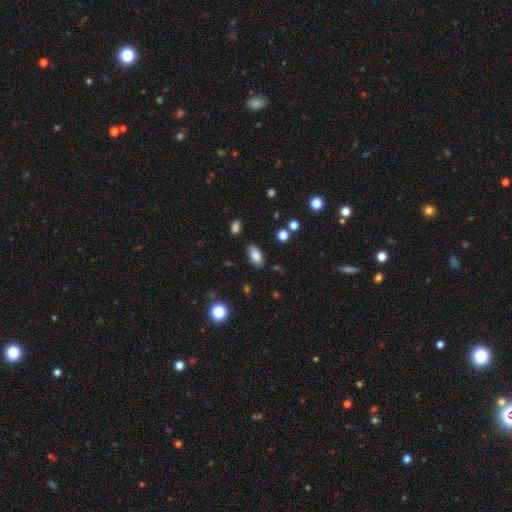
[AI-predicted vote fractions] smooth-or-featured: smooth: 84% | star or artifact: 9% | featured or disk: 7%
  how-rounded: in between: 90% | cigar-shaped: 6% | round: 4%
  merging: none: 83% | minor disturbance: 12% | major disturbance: 3% | merger: 2%